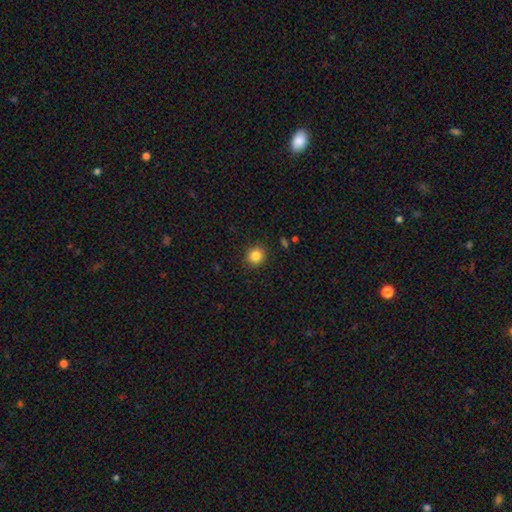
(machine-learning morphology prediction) A smooth galaxy with no disk features (84%) that is round (84%).

Vote fractions:
- Smooth or featured? smooth: 84% / star or artifact: 11% / featured or disk: 5%
- How rounded? round: 84% / in between: 15% / cigar-shaped: 1%
- Merging? none: 91% / minor disturbance: 6% / major disturbance: 2% / merger: 1%